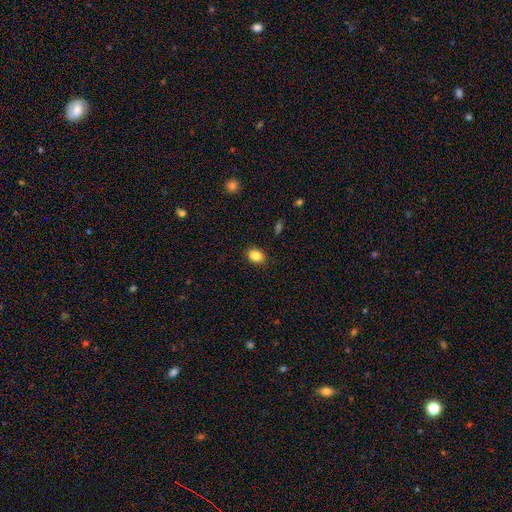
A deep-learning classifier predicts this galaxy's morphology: smooth_or_featured: smooth (p=0.86) [alt: star or artifact p=0.09]
how_rounded: in between (p=0.73) [alt: round p=0.26]
merging: none (p=0.86) [alt: minor disturbance p=0.10]